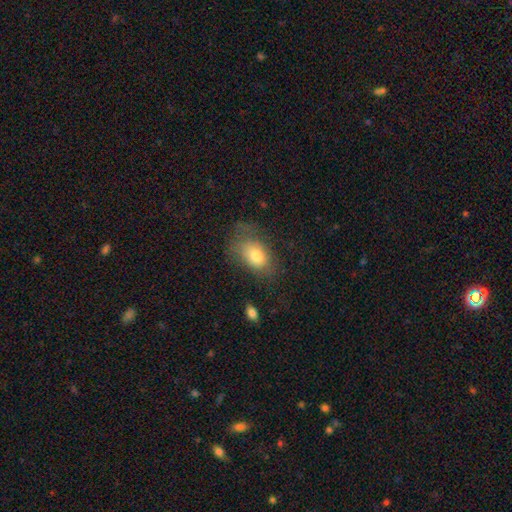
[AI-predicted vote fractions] A smooth galaxy with no disk features (76%) that is in between round and cigar-shaped (82%). Merging: none (50%).